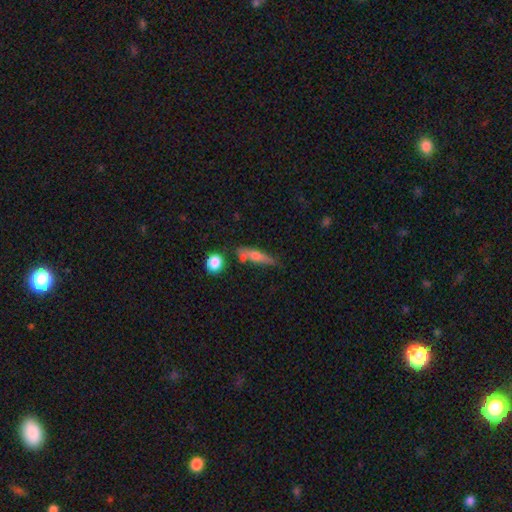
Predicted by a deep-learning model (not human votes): This appears to be a smooth galaxy with no disk features (60%) that is cigar-shaped (72%). Merging: none (60%).